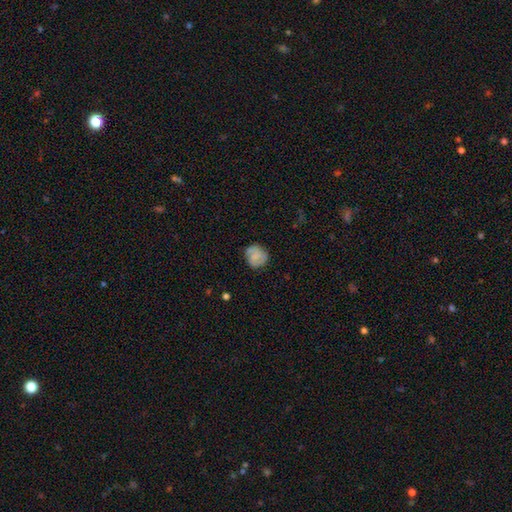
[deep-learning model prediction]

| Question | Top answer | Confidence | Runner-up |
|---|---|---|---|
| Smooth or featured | smooth | 49% | featured or disk (42%) |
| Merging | none | 76% | minor disturbance (17%) |